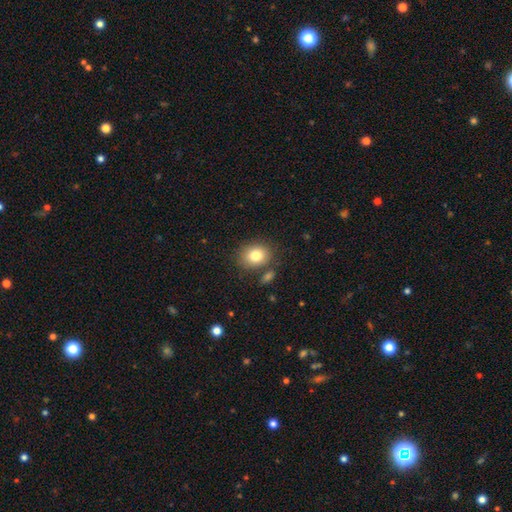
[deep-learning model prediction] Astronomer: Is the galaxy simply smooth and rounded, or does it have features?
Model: smooth — 80%.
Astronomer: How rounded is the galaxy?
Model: round — 57% (runner-up: in between, 42%).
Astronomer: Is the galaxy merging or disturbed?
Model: none — 76%.